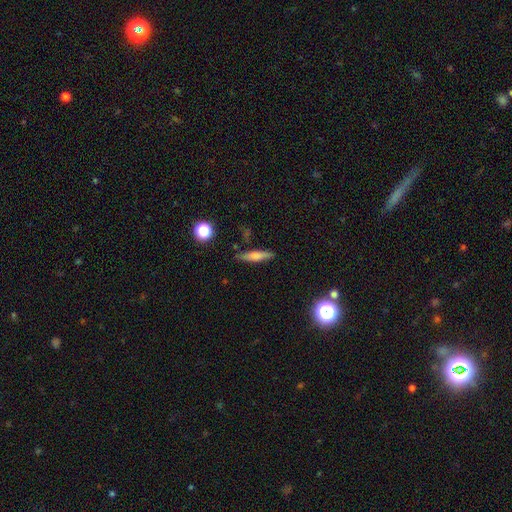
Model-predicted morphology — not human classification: Q: Smooth or featured?
A: smooth (61%); runner-up: featured or disk (30%)
Q: How rounded?
A: cigar-shaped (81%); runner-up: in between (16%)
Q: Merging?
A: none (83%); runner-up: minor disturbance (12%)